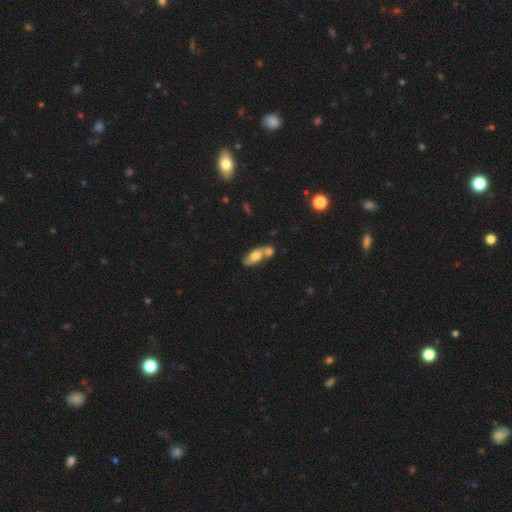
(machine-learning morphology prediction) This appears to be a smooth galaxy with no disk features (48%). Merging: merger (47%).